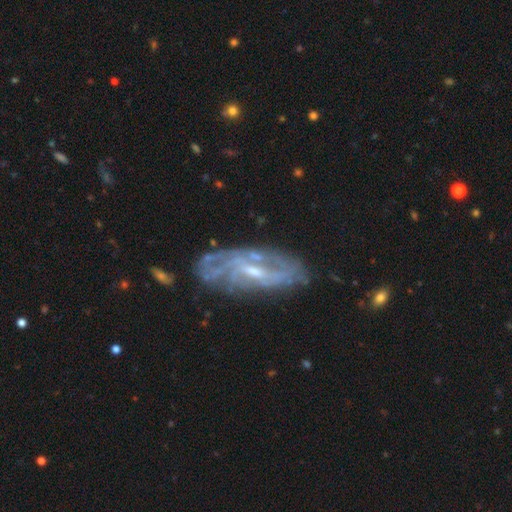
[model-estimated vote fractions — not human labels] smooth-or-featured: featured or disk: 81% | smooth: 13% | star or artifact: 7%
  disk-edge-on: no: 90% | yes: 10%
    bar: weak: 51% | no: 29% | strong: 20%
    has-spiral-arms: yes: 82% | no: 18%
      spiral-winding: tight: 48% | medium: 36% | loose: 17%
      spiral-arm-count: can't tell: 50% | 2: 19% | 3: 12% | 4: 9% | 1: 5% | more than 4: 5%
    bulge-size: small: 50% | moderate: 40% | none: 7% | large: 2% | dominant: 1%
  merging: none: 65% | minor disturbance: 21% | major disturbance: 11% | merger: 4%